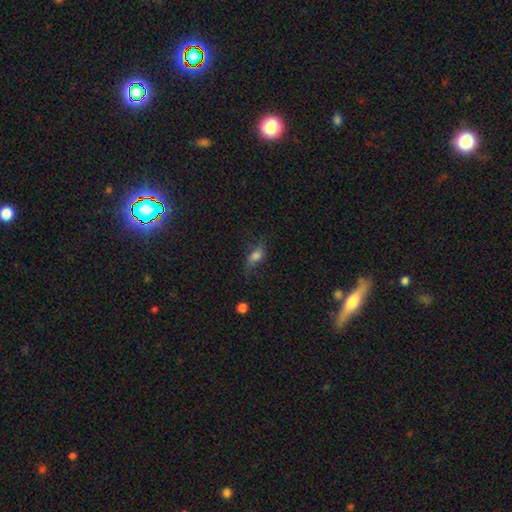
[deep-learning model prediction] Q: Smooth or featured?
A: smooth (63%); runner-up: featured or disk (24%)
Q: How rounded?
A: in between (75%); runner-up: cigar-shaped (16%)
Q: Merging?
A: none (55%); runner-up: minor disturbance (26%)